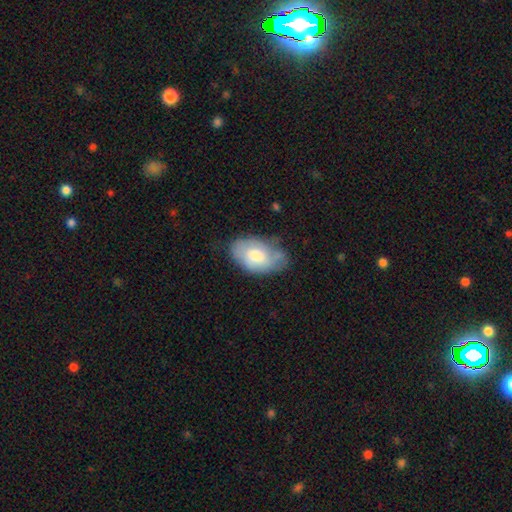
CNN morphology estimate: type=smooth (64%); roundness=in between (92%); merging=none (55%).